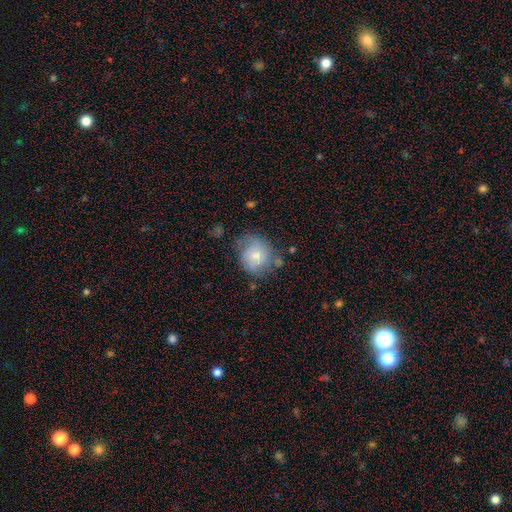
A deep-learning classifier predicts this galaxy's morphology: Q: Smooth or featured?
A: smooth (59%); runner-up: featured or disk (33%)
Q: How rounded?
A: round (77%); runner-up: in between (22%)
Q: Merging?
A: none (53%); runner-up: minor disturbance (29%)